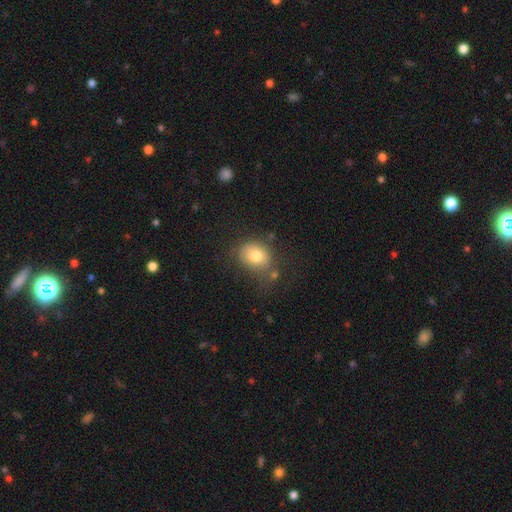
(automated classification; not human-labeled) smooth_or_featured: smooth (p=0.77) [alt: featured or disk p=0.13]
how_rounded: round (p=0.54) [alt: in between p=0.45]
merging: none (p=0.57) [alt: minor disturbance p=0.24]